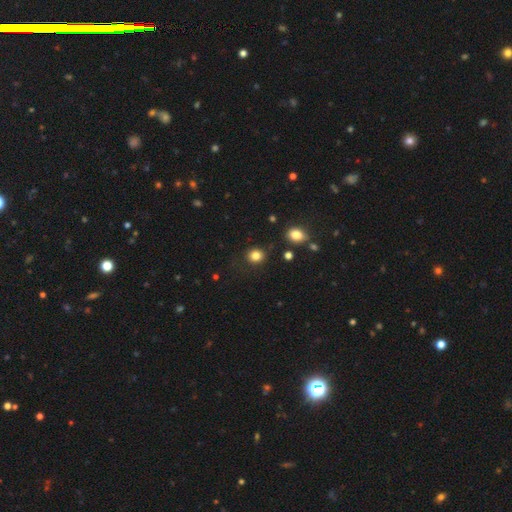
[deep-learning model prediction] This appears to be a smooth galaxy with no disk features (83%) that is round (79%). Merging: none (84%).